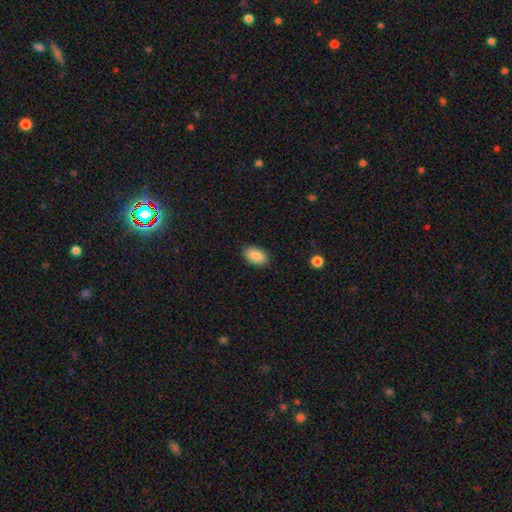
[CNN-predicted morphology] smooth-or-featured: smooth: 87% | star or artifact: 7% | featured or disk: 6%
  how-rounded: in between: 92% | round: 6% | cigar-shaped: 2%
  merging: none: 88% | minor disturbance: 9% | major disturbance: 2% | merger: 1%